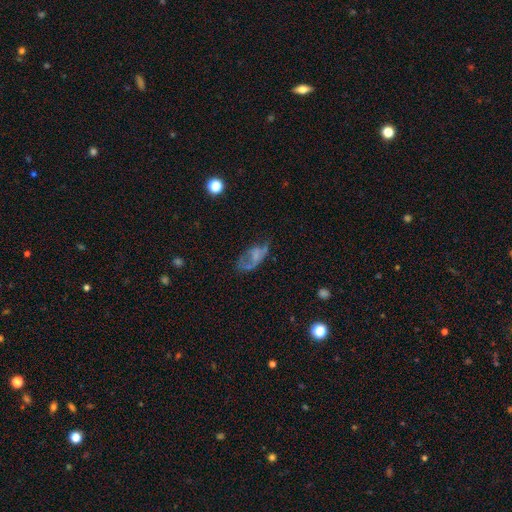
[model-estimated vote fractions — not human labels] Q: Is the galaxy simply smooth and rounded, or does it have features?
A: featured or disk — 45%.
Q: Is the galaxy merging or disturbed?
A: none — 35%, tied with major disturbance.